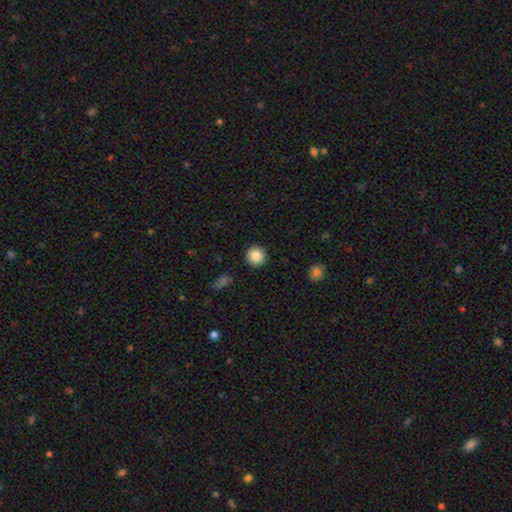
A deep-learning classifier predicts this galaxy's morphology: Smooth or featured: smooth — 86% (star or artifact — 9%)
How rounded: round — 95% (in between — 4%)
Merging: none — 92% (minor disturbance — 5%)